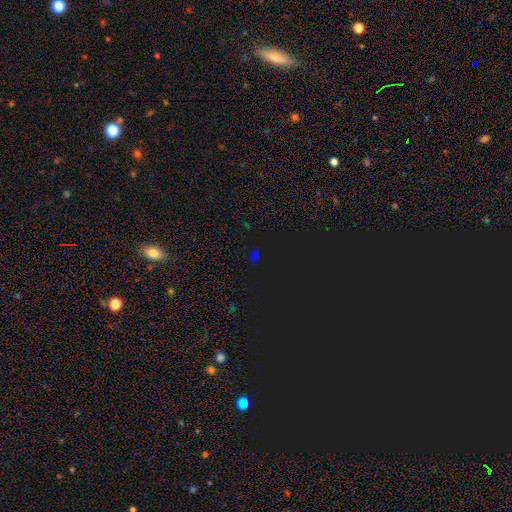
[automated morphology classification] type=star or artifact (66%).